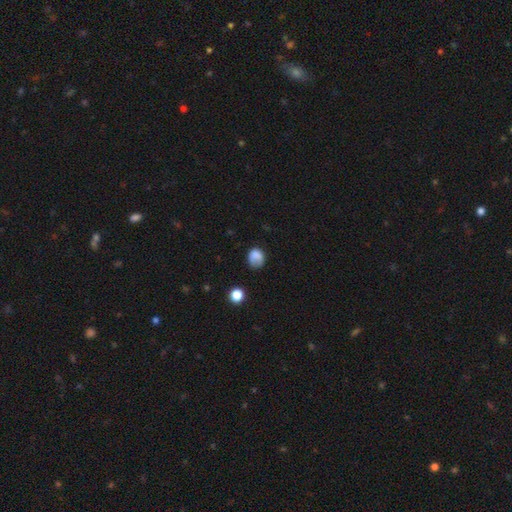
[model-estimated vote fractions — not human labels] Smooth or featured: smooth — 79% (featured or disk — 11%)
How rounded: round — 64% (in between — 35%)
Merging: none — 54% (minor disturbance — 29%)